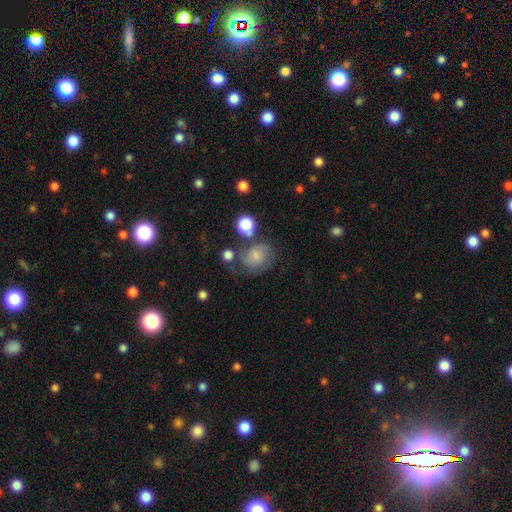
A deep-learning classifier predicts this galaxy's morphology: type=smooth (49%); merging=none (49%).